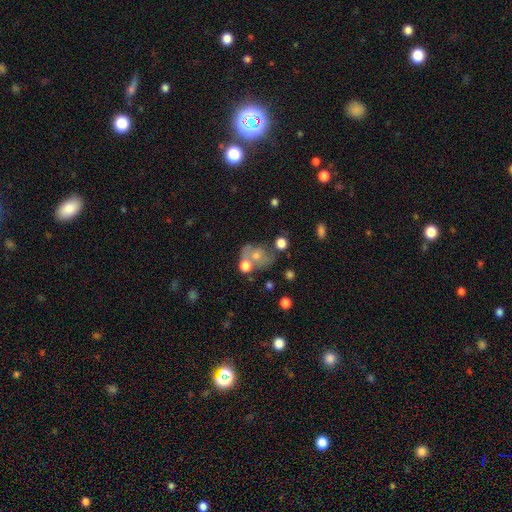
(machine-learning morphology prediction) A smooth galaxy with no disk features (60%) that is round (49%, tied with in between). Merging: none (41%).